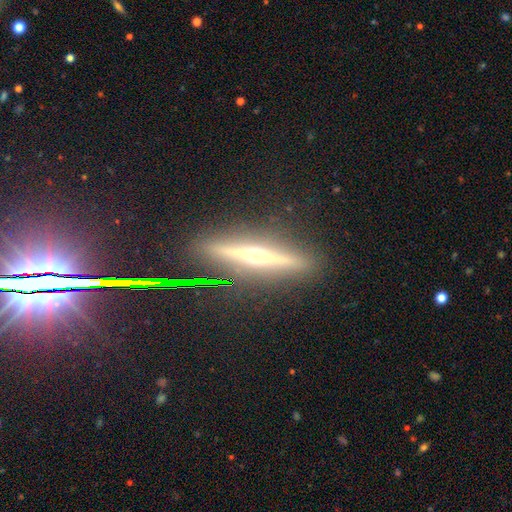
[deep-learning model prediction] This appears to be a featured or disk galaxy (72%) viewed edge-on (96%) with a rounded central bulge (91%). Merging: none (87%).